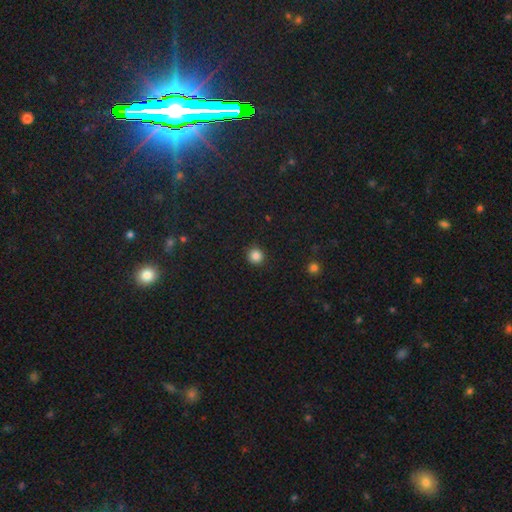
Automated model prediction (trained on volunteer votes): Smooth or featured: smooth — 85% (star or artifact — 12%)
How rounded: round — 94% (in between — 5%)
Merging: none — 91% (minor disturbance — 6%)